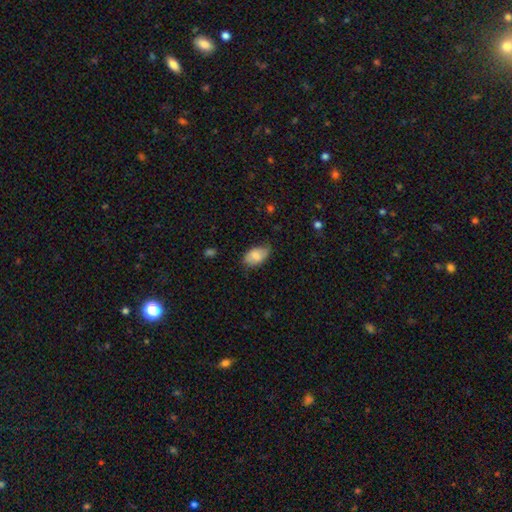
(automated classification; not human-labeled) Smooth or featured? smooth (74%)
How rounded? in between (92%)
Merging? none (64%)